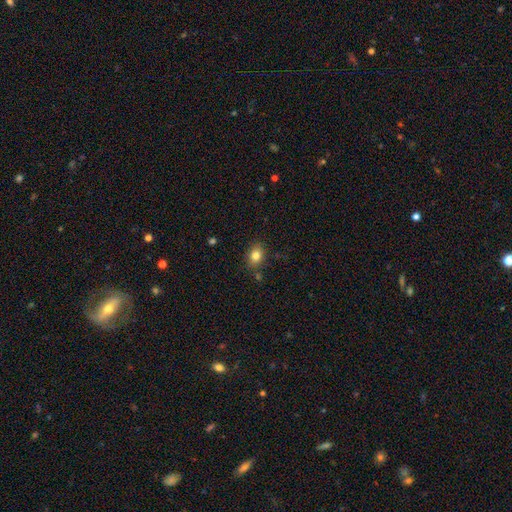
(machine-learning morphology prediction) This is clearly a smooth galaxy (82%). How rounded: likely in between (65%). Merging: clearly none (81%).